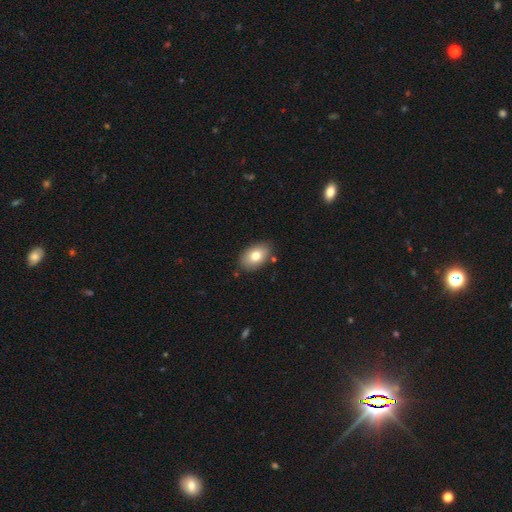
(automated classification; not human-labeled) Overall: smooth (77%). How rounded: in between (87%). Merging: none (82%).